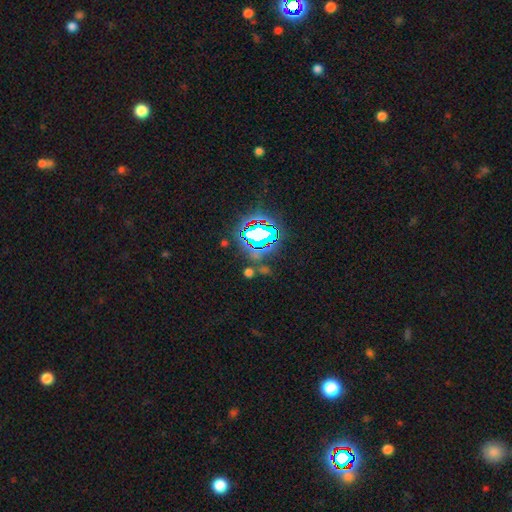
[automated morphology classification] smooth_or_featured: star or artifact (p=0.78) [alt: smooth p=0.13]